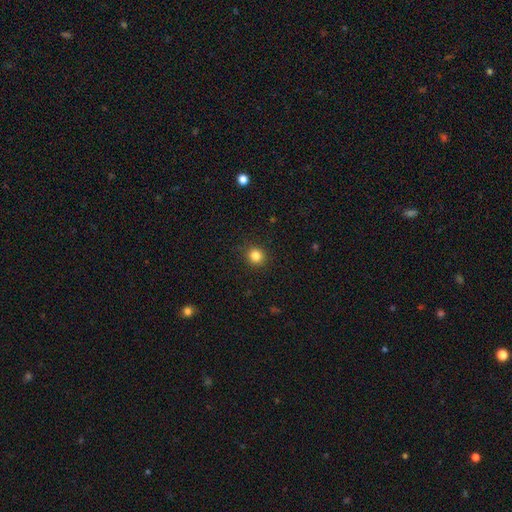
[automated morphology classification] This appears to be a smooth galaxy with no disk features (84%) that is round (89%). Merging: none (90%).